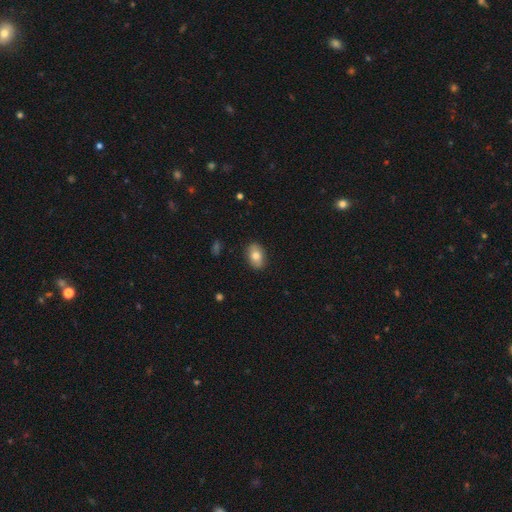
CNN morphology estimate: smooth-or-featured: smooth: 78% | featured or disk: 15% | star or artifact: 7%
  how-rounded: in between: 85% | round: 13% | cigar-shaped: 2%
  merging: none: 87% | minor disturbance: 10% | major disturbance: 2% | merger: 1%